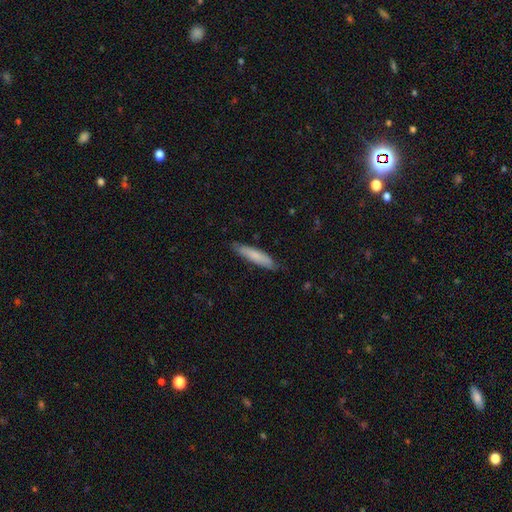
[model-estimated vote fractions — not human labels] smooth_or_featured: smooth (p=0.74) [alt: featured or disk p=0.20]
how_rounded: cigar-shaped (p=0.86) [alt: in between p=0.13]
merging: none (p=0.82) [alt: minor disturbance p=0.14]